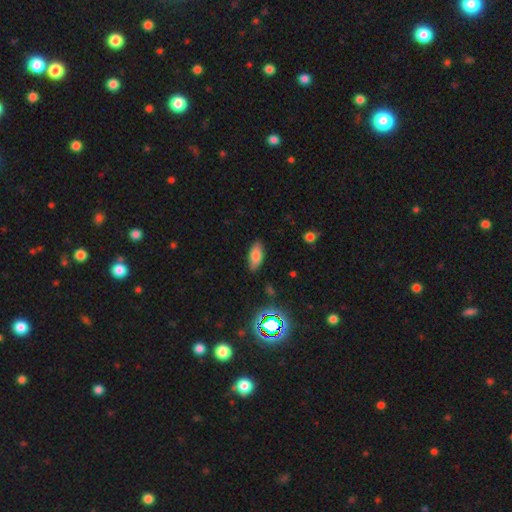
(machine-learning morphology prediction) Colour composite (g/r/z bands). It shows a smooth galaxy with no disk features (77%) that is in between round and cigar-shaped (85%). Merging: none (86%).